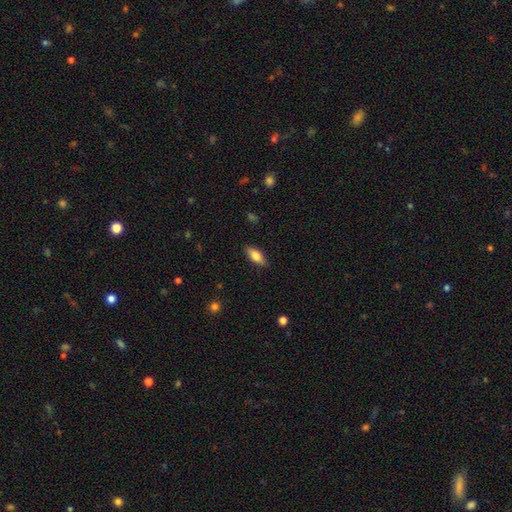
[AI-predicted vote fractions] This appears to be a smooth galaxy with no disk features (72%) that is in between round and cigar-shaped (74%). Merging: none (86%).